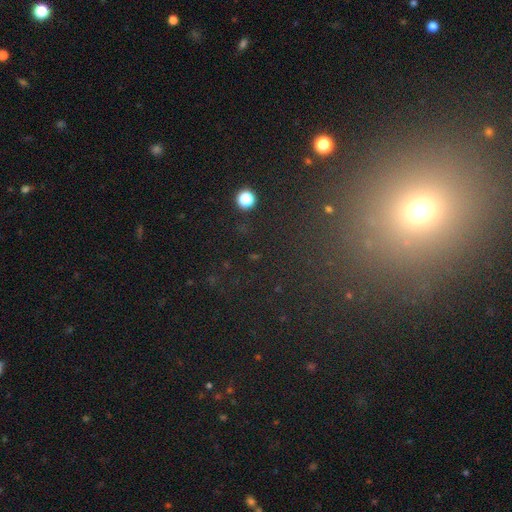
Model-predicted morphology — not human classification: Smooth or featured: star or artifact — 49% (smooth — 42%)